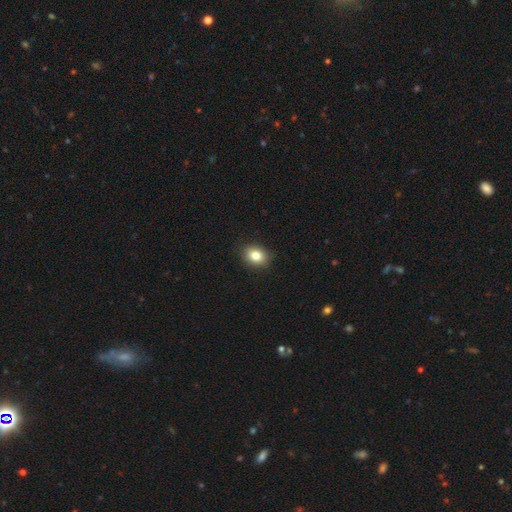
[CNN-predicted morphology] Overall: smooth (83%). How rounded: in between (58%; round 41%). Merging: none (89%).